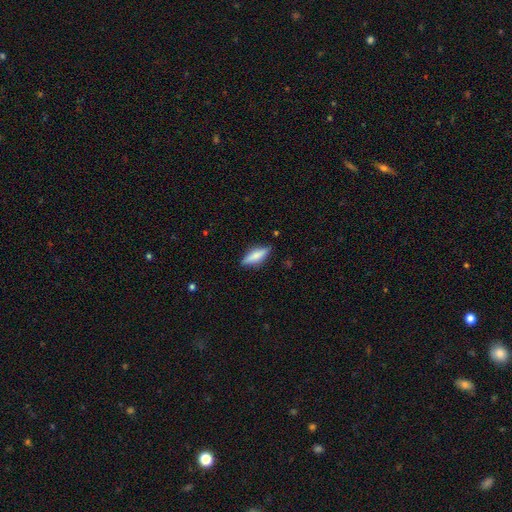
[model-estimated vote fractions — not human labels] smooth 60%, featured or disk 34%, star or artifact 6%. Down the decision tree: how rounded — cigar-shaped (57%); merging — none (84%).